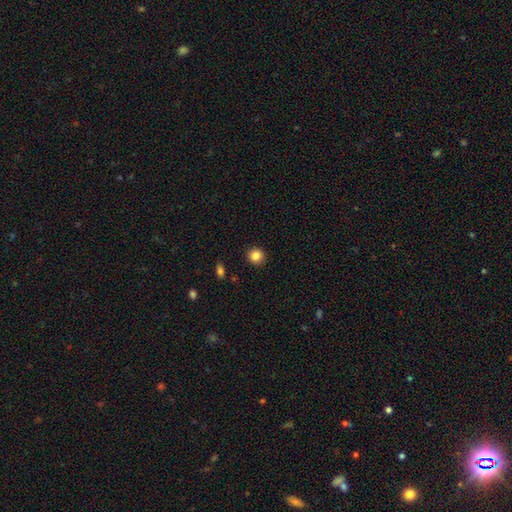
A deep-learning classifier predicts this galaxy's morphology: type=smooth (85%); roundness=round (91%); merging=none (92%).